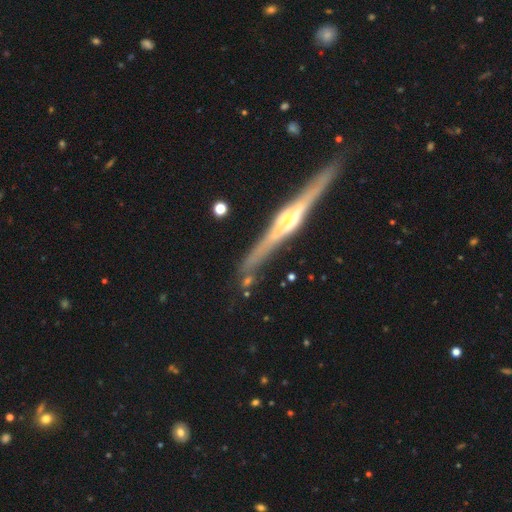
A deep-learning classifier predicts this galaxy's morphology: A featured or disk galaxy (88%) viewed edge-on (98%) with a rounded central bulge (77%). Merging: none (88%).